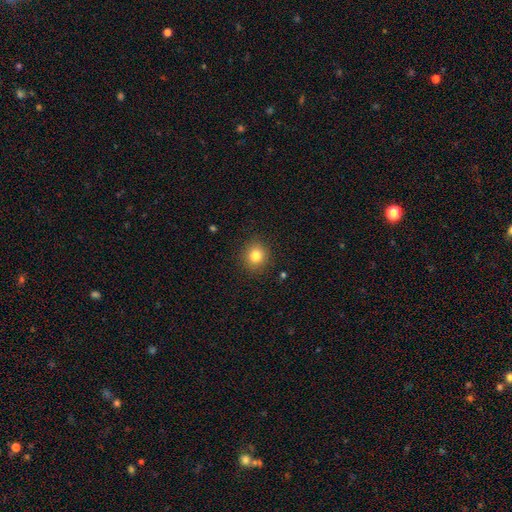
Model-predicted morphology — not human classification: The model was most divided on "smooth or featured": smooth: 82%, star or artifact: 11%, featured or disk: 7%. More confident: merging — none (89%); how rounded — round (85%).